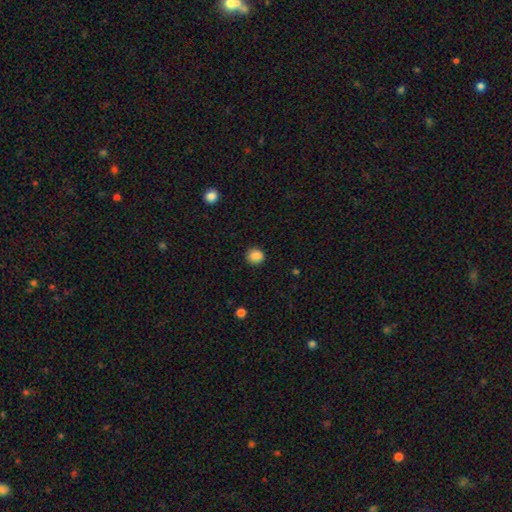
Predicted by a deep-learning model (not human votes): Overall: smooth (86%). How rounded: round (84%). Merging: none (90%).